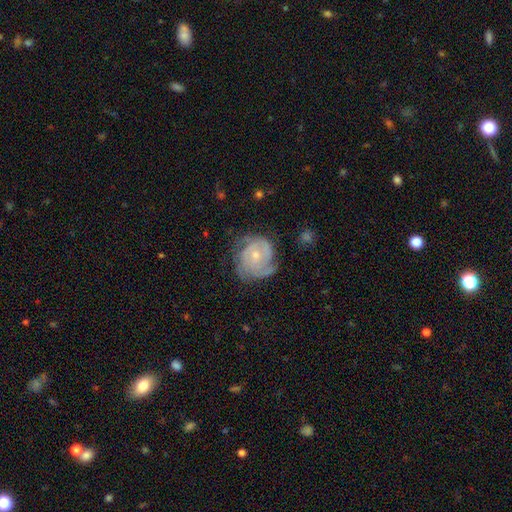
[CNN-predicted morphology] The model was most divided on "spiral arm count": can't tell: 28%, 2: 27%, 3: 26%, 4: 7%, 1: 6%, more than 4: 5%. More confident: edge-on disk — no (98%); spiral arms — yes (93%); smooth or featured — featured or disk (79%); bar — no (76%); spiral winding — tight (65%); bulge size — small (64%); merging — none (61%).